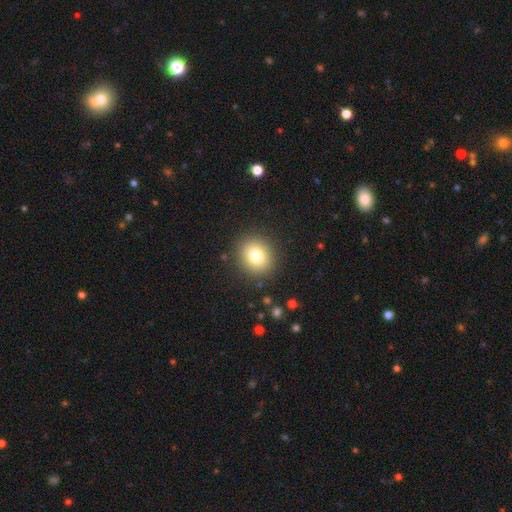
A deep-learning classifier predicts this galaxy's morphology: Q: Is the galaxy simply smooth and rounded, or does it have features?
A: smooth — 79%.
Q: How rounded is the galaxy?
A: round — 78%.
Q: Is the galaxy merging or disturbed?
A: none — 88%.